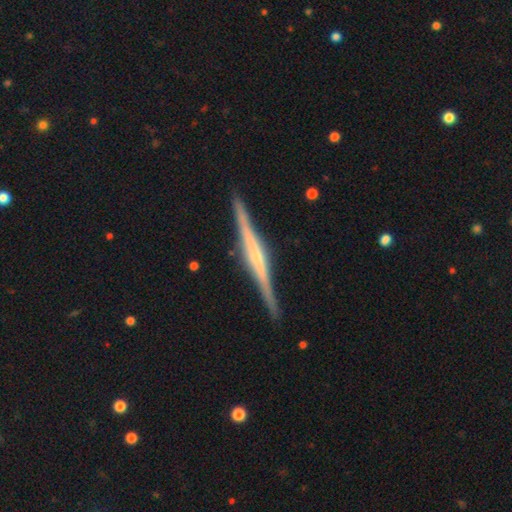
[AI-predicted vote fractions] Smooth or featured: featured or disk — 84% (smooth — 12%)
Edge-on disk: yes — 98% (no — 2%)
Edge-on bulge: rounded — 65% (none — 18%)
Merging: none — 91% (minor disturbance — 7%)